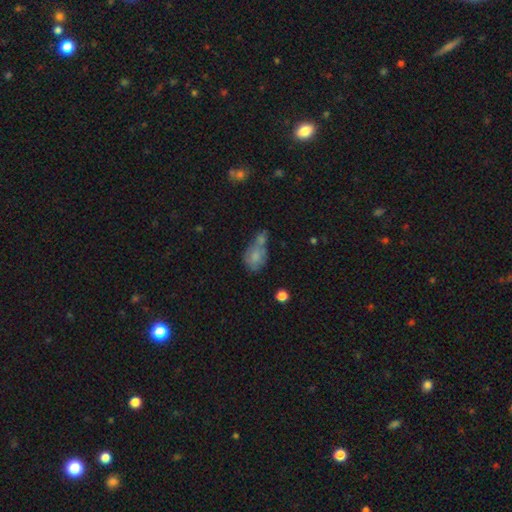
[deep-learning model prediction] A smooth galaxy with no disk features (67%) that is in between round and cigar-shaped (70%). Merging: merger (45%).